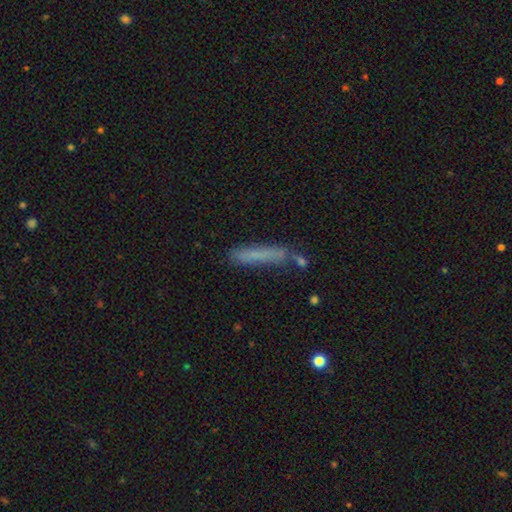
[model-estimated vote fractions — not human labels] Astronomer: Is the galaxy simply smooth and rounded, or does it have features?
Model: smooth — 71%.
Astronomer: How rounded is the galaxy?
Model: cigar-shaped — 93%.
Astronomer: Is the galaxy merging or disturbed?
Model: none — 73%.